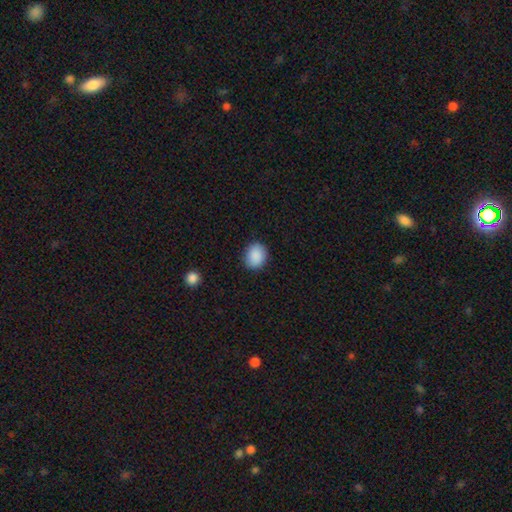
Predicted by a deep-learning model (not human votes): smooth 89%, star or artifact 8%, featured or disk 3%. Down the decision tree: how rounded — round (59%); merging — none (87%).